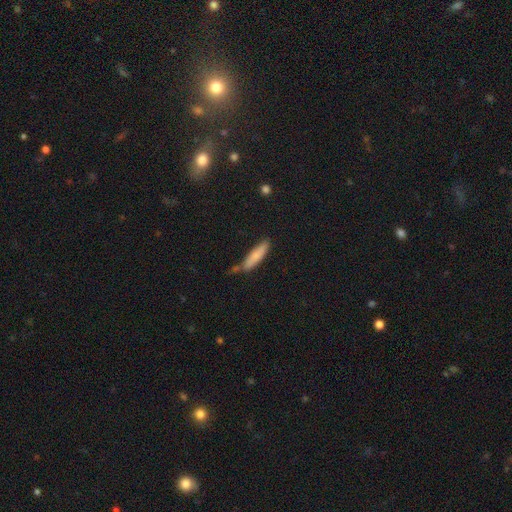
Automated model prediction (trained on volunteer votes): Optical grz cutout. It shows a smooth galaxy with no disk features (77%) that is cigar-shaped (79%). Merging: none (66%).